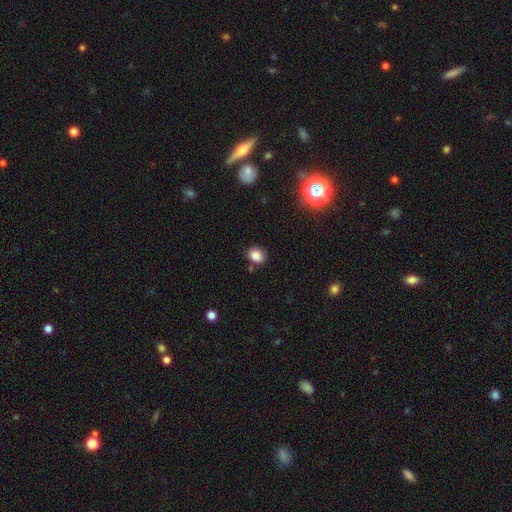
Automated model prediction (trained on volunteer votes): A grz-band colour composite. It shows a smooth galaxy with no disk features (84%) that is in between round and cigar-shaped (51%). Merging: none (79%).